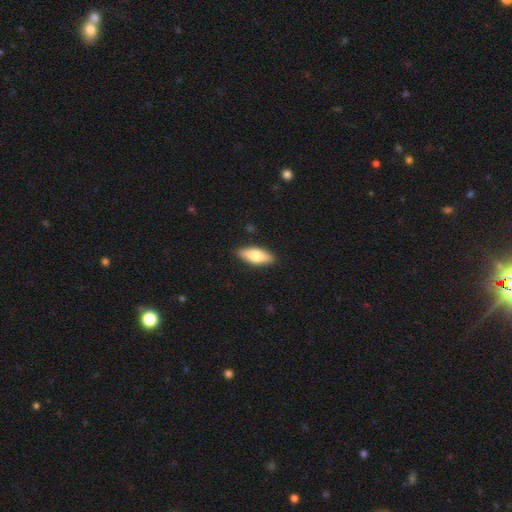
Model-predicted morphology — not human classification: Overall: smooth (72%). How rounded: in between (72%). Merging: none (89%).